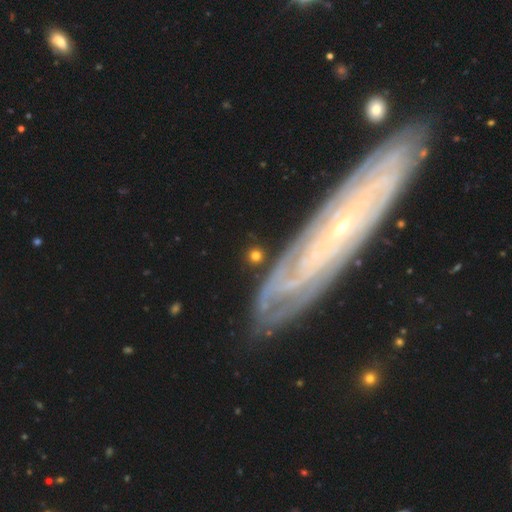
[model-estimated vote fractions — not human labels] Q: Smooth or featured?
A: smooth (59%); runner-up: featured or disk (25%)
Q: How rounded?
A: round (81%); runner-up: in between (15%)
Q: Merging?
A: none (85%); runner-up: minor disturbance (8%)